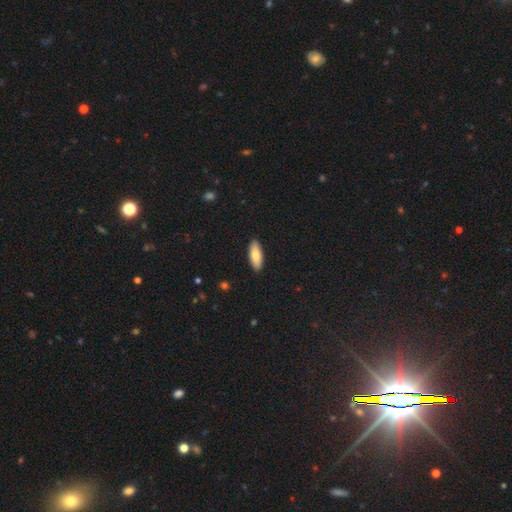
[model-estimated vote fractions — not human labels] smooth-or-featured: smooth: 80% | featured or disk: 14% | star or artifact: 6%
  how-rounded: in between: 72% | cigar-shaped: 26% | round: 2%
  merging: none: 90% | minor disturbance: 7% | major disturbance: 1% | merger: 1%